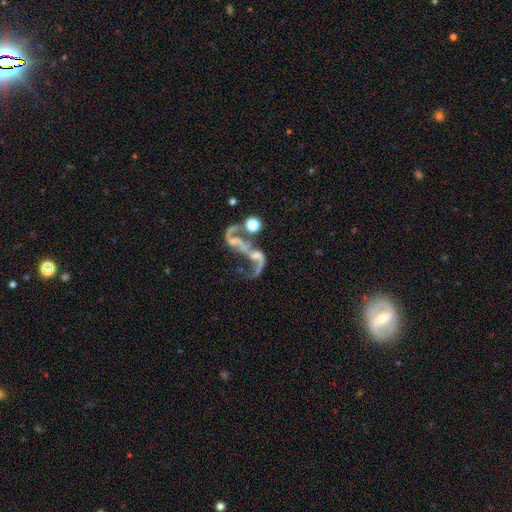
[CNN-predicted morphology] Smooth or featured: featured or disk — 75% (star or artifact — 14%)
Edge-on disk: no — 95% (yes — 5%)
Bar: no — 55% (weak — 29%)
Spiral arms: yes — 75% (no — 25%)
Spiral winding: loose — 88% (medium — 9%)
Spiral arm count: 2 — 75% (1 — 17%)
Bulge size: small — 40% (none — 36%)
Merging: merger — 39% (major disturbance — 30%)